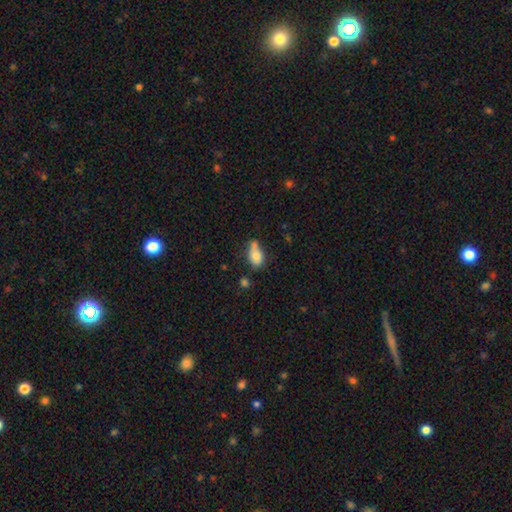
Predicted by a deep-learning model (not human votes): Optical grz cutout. It shows a smooth galaxy with no disk features (75%) that is in between round and cigar-shaped (80%). Merging: none (43%).